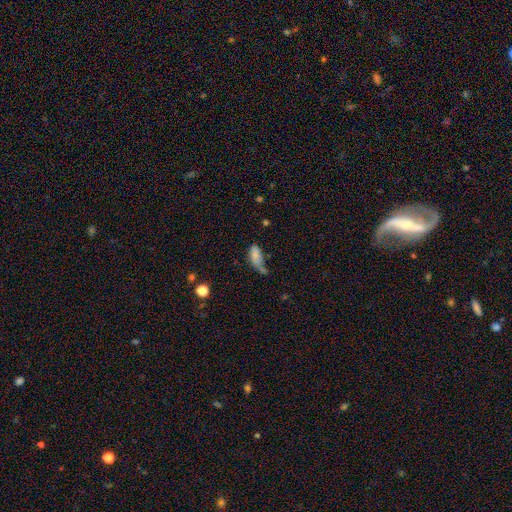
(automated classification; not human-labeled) Q: Smooth or featured?
A: smooth (76%); runner-up: featured or disk (15%)
Q: How rounded?
A: in between (84%); runner-up: cigar-shaped (13%)
Q: Merging?
A: none (29%); tied with: minor disturbance (29%)